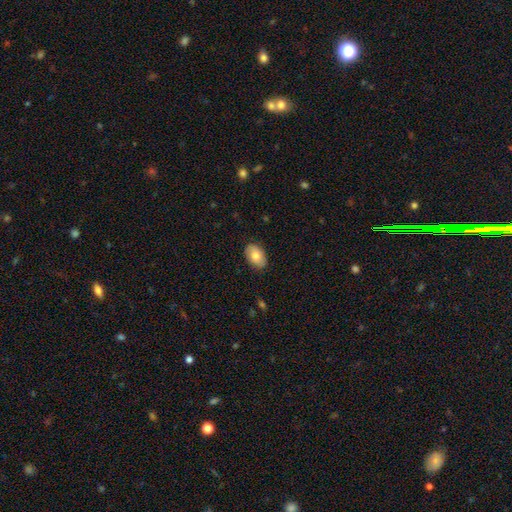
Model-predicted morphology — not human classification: Q: Smooth or featured?
A: smooth (78%); runner-up: featured or disk (15%)
Q: How rounded?
A: in between (89%); runner-up: round (10%)
Q: Merging?
A: none (84%); runner-up: minor disturbance (12%)